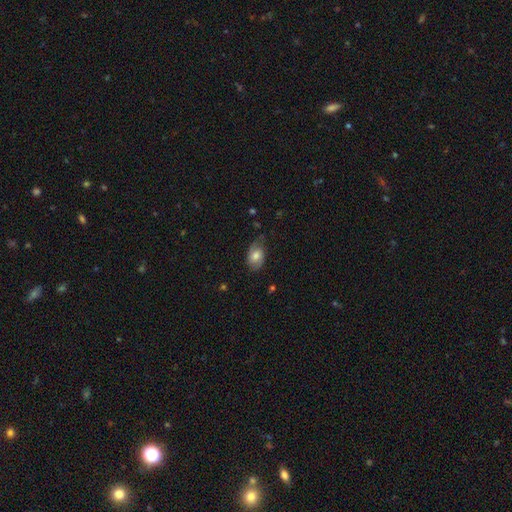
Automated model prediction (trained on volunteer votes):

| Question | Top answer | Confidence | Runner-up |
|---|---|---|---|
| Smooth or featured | smooth | 57% | featured or disk (35%) |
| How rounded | in between | 84% | round (15%) |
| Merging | none | 60% | minor disturbance (29%) |